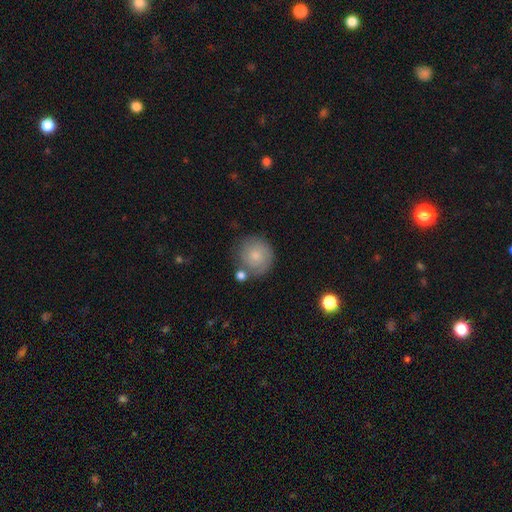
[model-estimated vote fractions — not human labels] A smooth galaxy with no disk features (68%) that is round (91%). Merging: none (70%).